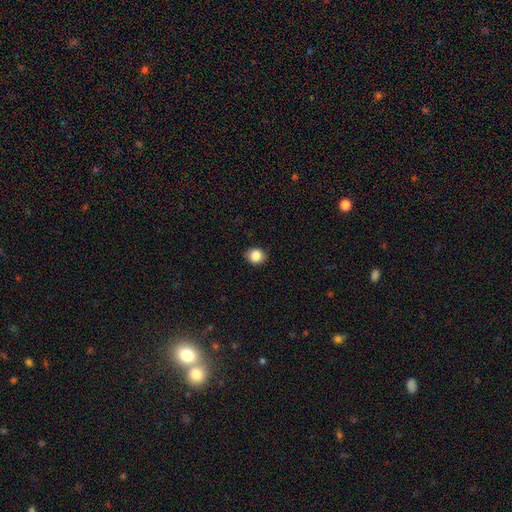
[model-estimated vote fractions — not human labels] Q: Smooth or featured?
A: smooth (85%); runner-up: star or artifact (9%)
Q: How rounded?
A: round (72%); runner-up: in between (28%)
Q: Merging?
A: none (89%); runner-up: minor disturbance (9%)